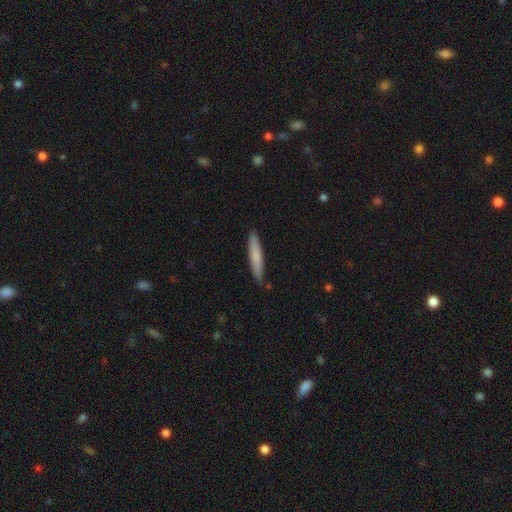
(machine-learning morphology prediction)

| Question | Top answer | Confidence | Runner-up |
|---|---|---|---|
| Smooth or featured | smooth | 75% | featured or disk (19%) |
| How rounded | cigar-shaped | 92% | in between (7%) |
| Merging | none | 87% | minor disturbance (10%) |